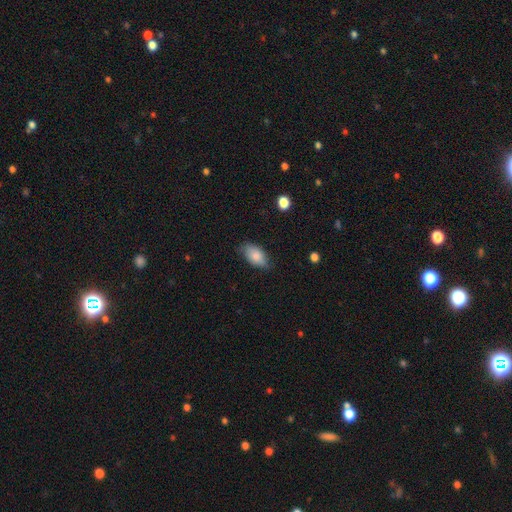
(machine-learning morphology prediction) A smooth galaxy with no disk features (83%) that is in between round and cigar-shaped (93%). Merging: none (73%).